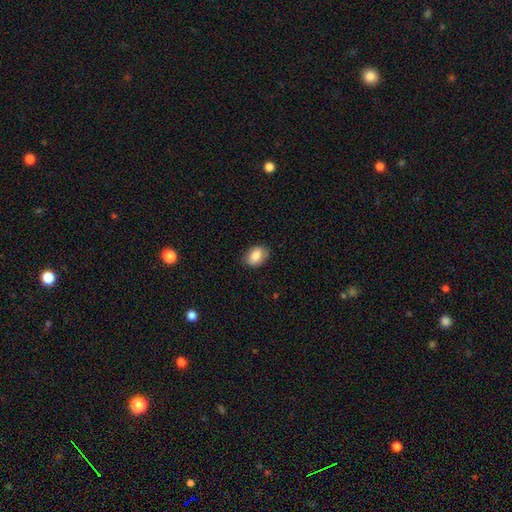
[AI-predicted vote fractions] smooth_or_featured: smooth (p=0.85) [alt: featured or disk p=0.07]
how_rounded: in between (p=0.82) [alt: round p=0.17]
merging: none (p=0.83) [alt: minor disturbance p=0.13]